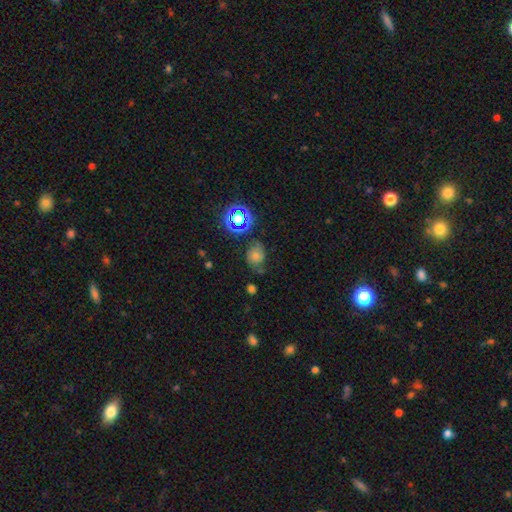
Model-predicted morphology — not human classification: Overall: star or artifact (40%; smooth 38%).